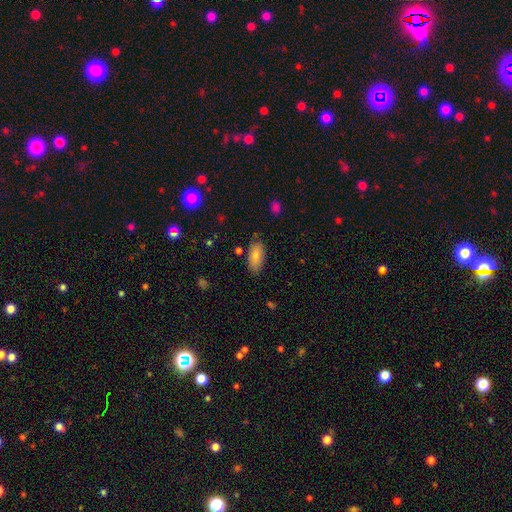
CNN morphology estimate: Overall: smooth (80%). How rounded: in between (90%). Merging: none (79%).